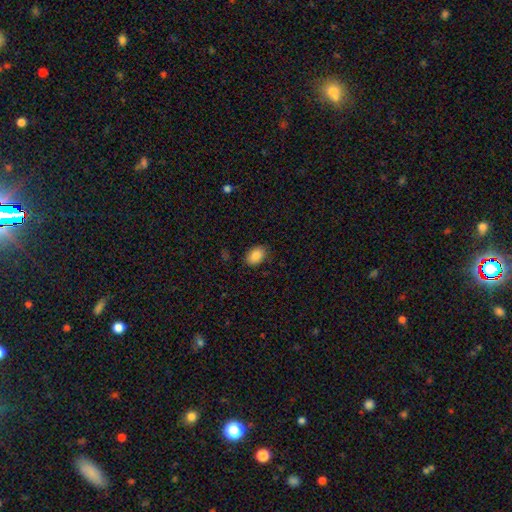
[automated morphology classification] smooth-or-featured: smooth: 88% | star or artifact: 8% | featured or disk: 5%
  how-rounded: in between: 85% | round: 13% | cigar-shaped: 1%
  merging: none: 83% | minor disturbance: 13% | major disturbance: 3% | merger: 1%